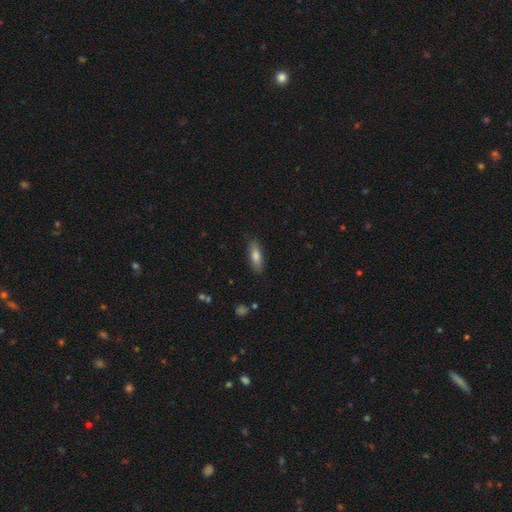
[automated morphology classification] This is likely a smooth galaxy (78%). How rounded: likely in between (60%). Merging: clearly none (86%).